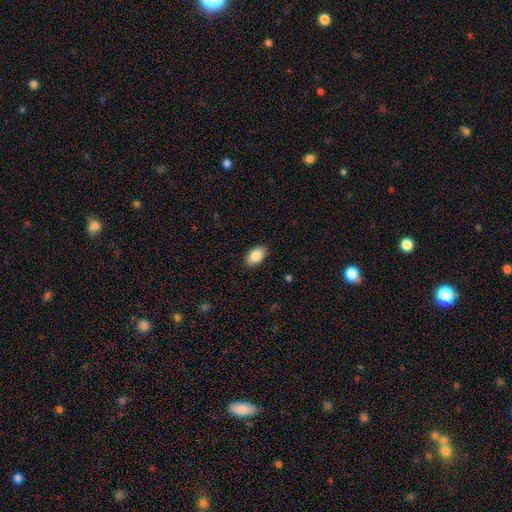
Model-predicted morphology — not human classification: smooth 86%, star or artifact 7%, featured or disk 7%. Down the decision tree: how rounded — in between (92%); merging — none (88%).